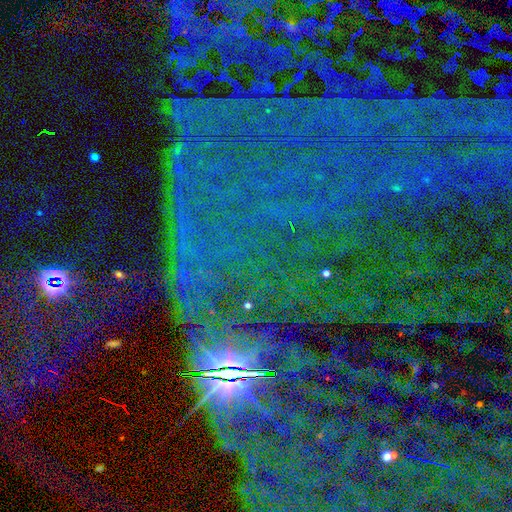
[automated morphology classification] This is clearly a star or artifact rather than a galaxy (85%).